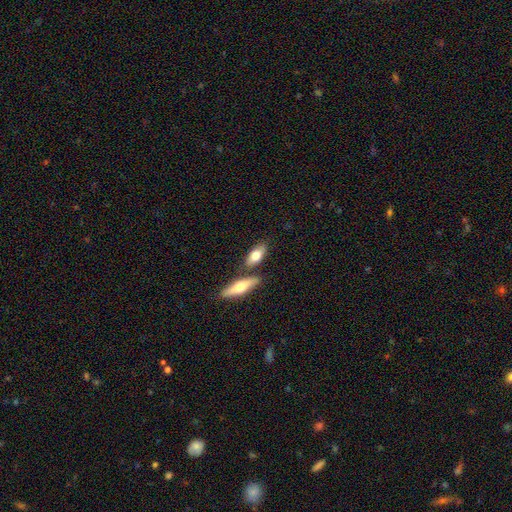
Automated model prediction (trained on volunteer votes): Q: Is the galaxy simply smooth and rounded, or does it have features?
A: smooth — 71%.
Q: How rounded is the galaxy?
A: in between — 78%.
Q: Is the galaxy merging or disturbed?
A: none — 67%.